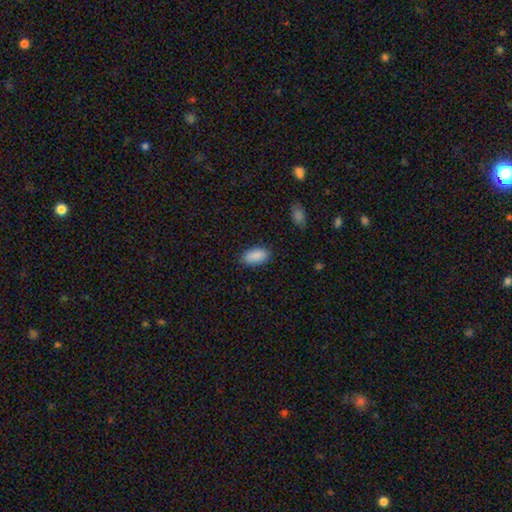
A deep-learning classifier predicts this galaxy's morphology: This appears to be a smooth galaxy with no disk features (89%) that is in between round and cigar-shaped (94%). Merging: none (85%).